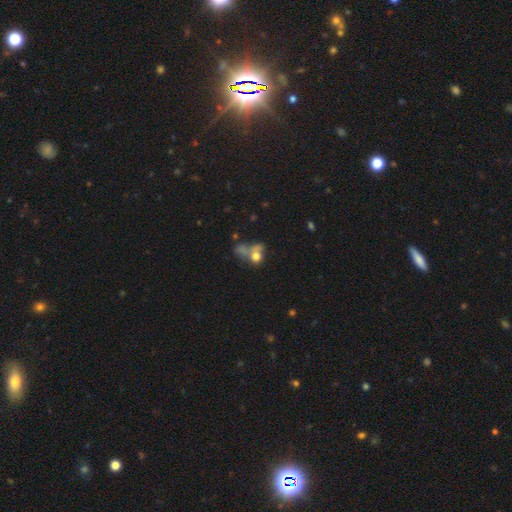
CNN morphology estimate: smooth-or-featured: smooth: 65% | featured or disk: 20% | star or artifact: 15%
  how-rounded: round: 62% | in between: 36% | cigar-shaped: 3%
  merging: merger: 46% | none: 26% | major disturbance: 17% | minor disturbance: 11%